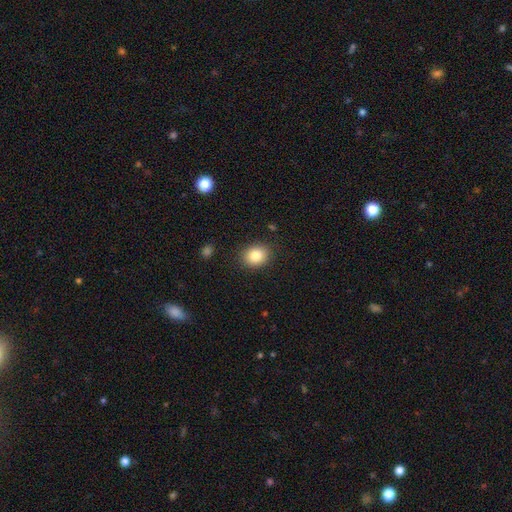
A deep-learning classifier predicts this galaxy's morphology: smooth_or_featured: smooth (p=0.84) [alt: star or artifact p=0.09]
how_rounded: round (p=0.57) [alt: in between p=0.43]
merging: none (p=0.87) [alt: minor disturbance p=0.09]